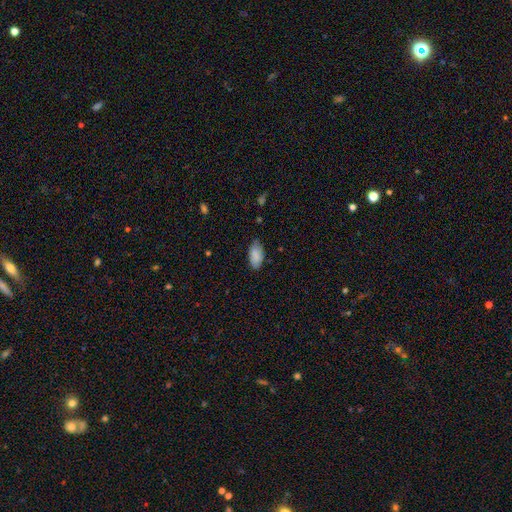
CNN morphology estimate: smooth_or_featured: smooth (p=0.85) [alt: featured or disk p=0.09]
how_rounded: in between (p=0.93) [alt: cigar-shaped p=0.05]
merging: none (p=0.72) [alt: minor disturbance p=0.23]